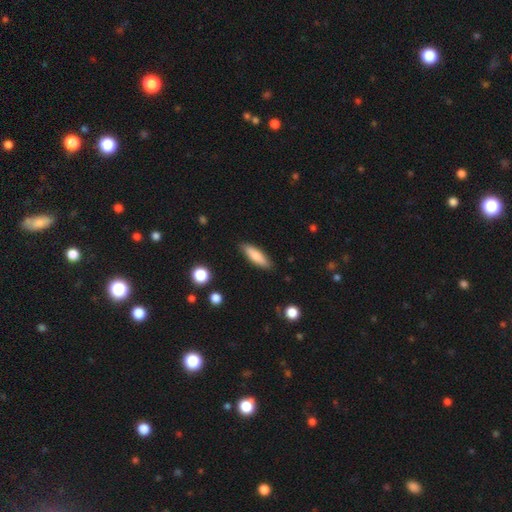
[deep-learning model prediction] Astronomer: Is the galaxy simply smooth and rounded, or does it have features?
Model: smooth — 79%.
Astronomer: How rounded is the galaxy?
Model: cigar-shaped — 58% (runner-up: in between, 40%).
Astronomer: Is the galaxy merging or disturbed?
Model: none — 87%.